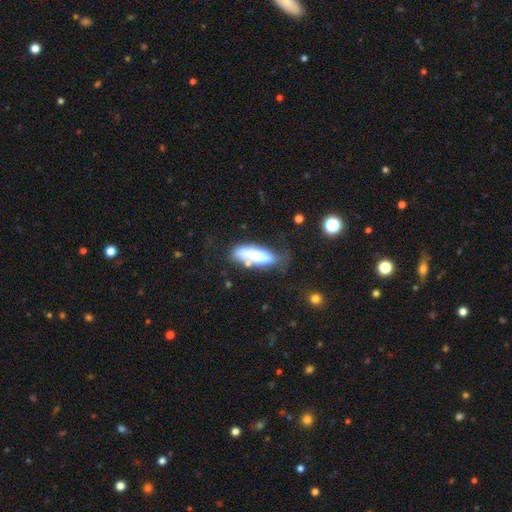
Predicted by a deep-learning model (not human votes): Overall: smooth (66%). How rounded: in between (54%; cigar-shaped 44%). Merging: none (39%; minor disturbance 28%).